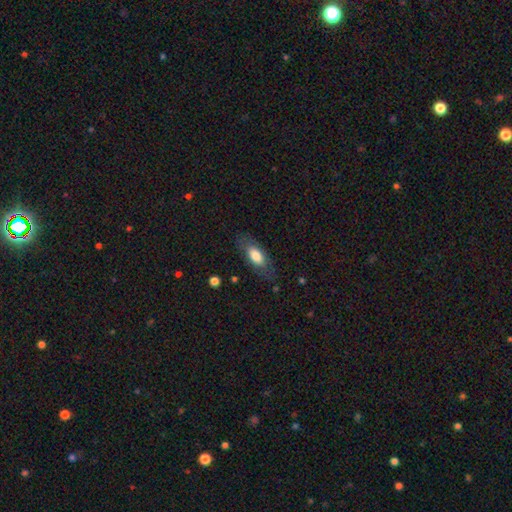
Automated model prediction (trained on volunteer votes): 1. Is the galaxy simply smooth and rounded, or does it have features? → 70% smooth, 24% featured or disk, 6% star or artifact.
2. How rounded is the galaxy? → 83% in between, 14% cigar-shaped, 3% round.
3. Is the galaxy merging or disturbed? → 76% none, 16% minor disturbance, 7% major disturbance, 1% merger.